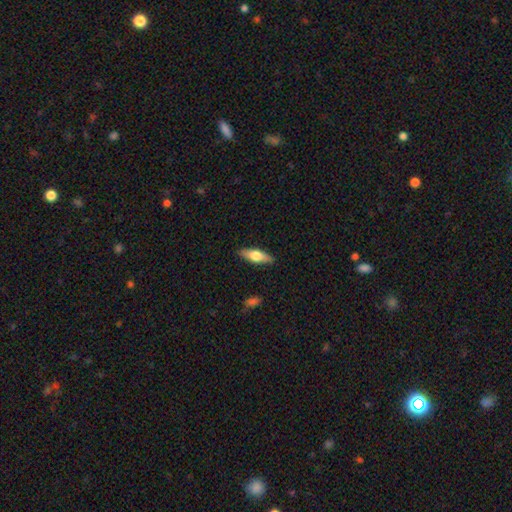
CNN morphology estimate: Smooth or featured: smooth — 57% (featured or disk — 37%)
How rounded: in between — 52% (cigar-shaped — 46%)
Merging: none — 88% (minor disturbance — 9%)